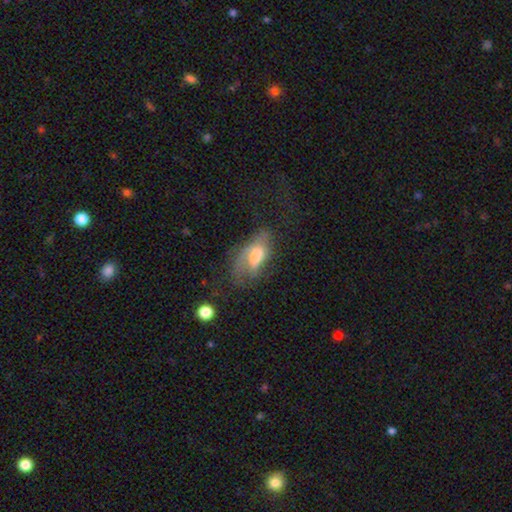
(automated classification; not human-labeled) smooth-or-featured: smooth: 52% | featured or disk: 38% | star or artifact: 9%
  how-rounded: in between: 85% | cigar-shaped: 11% | round: 5%
  merging: major disturbance: 38% | none: 32% | minor disturbance: 27% | merger: 3%